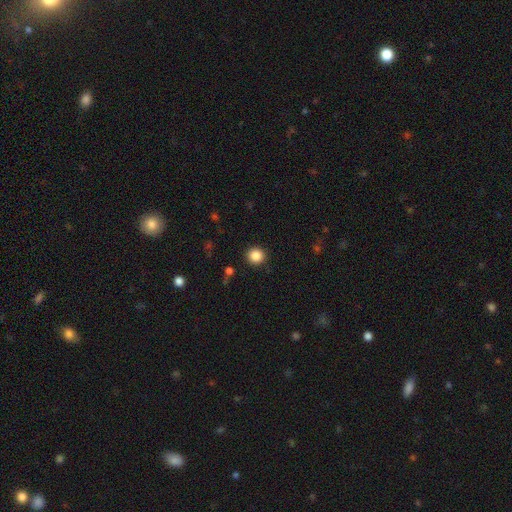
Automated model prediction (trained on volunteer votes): Smooth or featured? Predicted: smooth (p=0.86). How rounded? Predicted: round (p=0.92). Merging? Predicted: none (p=0.91).